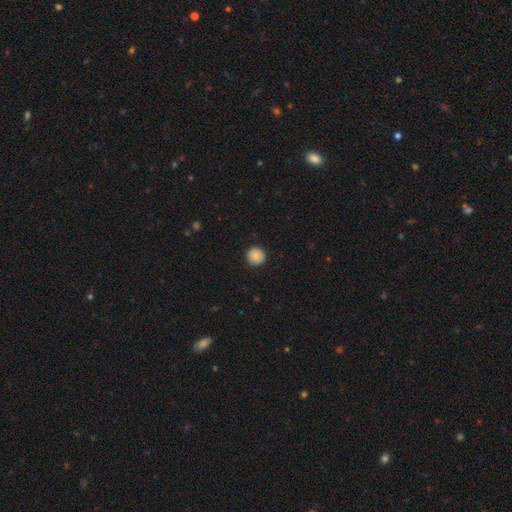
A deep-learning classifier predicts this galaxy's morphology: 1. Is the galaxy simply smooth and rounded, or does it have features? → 85% smooth, 8% star or artifact, 7% featured or disk.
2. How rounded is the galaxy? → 96% round, 4% in between, 1% cigar-shaped.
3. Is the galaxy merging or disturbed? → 92% none, 6% minor disturbance, 2% major disturbance, 1% merger.